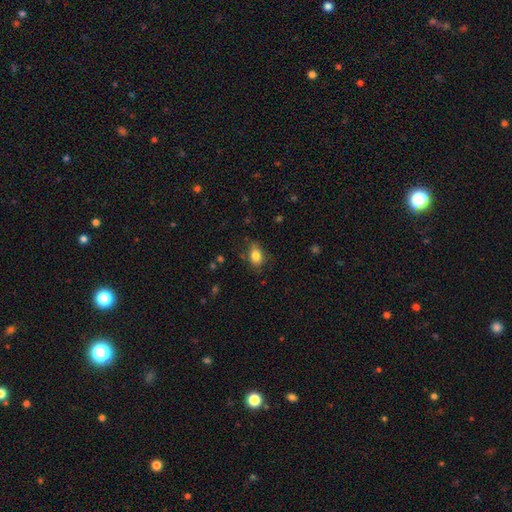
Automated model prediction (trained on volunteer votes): smooth 82%, star or artifact 9%, featured or disk 8%. Down the decision tree: how rounded — in between (79%); merging — none (77%).